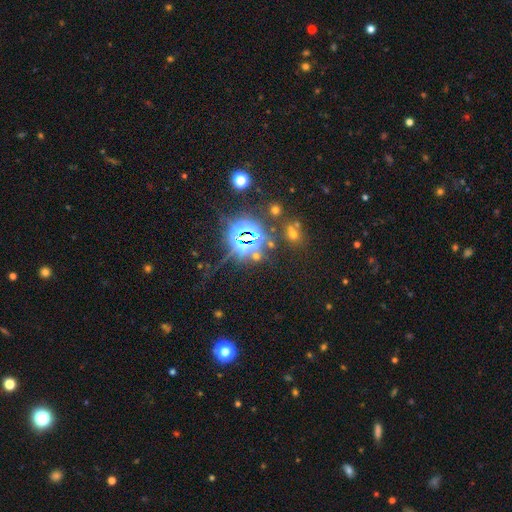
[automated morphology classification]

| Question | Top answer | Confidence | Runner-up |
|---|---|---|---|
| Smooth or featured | star or artifact | 70% | smooth (20%) |